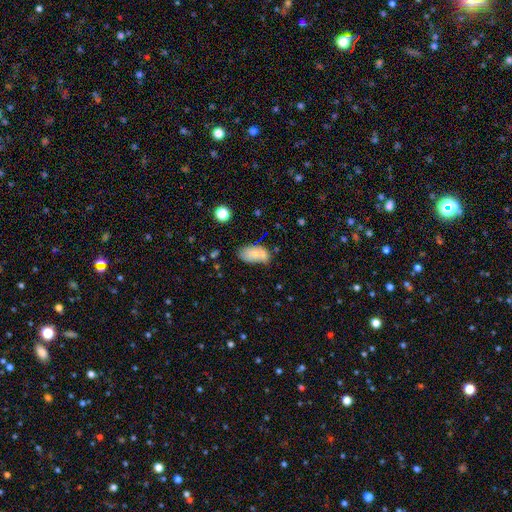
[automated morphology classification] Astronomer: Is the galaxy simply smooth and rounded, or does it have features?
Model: smooth — 74%.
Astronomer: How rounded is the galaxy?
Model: in between — 90%.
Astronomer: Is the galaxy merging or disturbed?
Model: none — 46% (runner-up: merger, 24%).